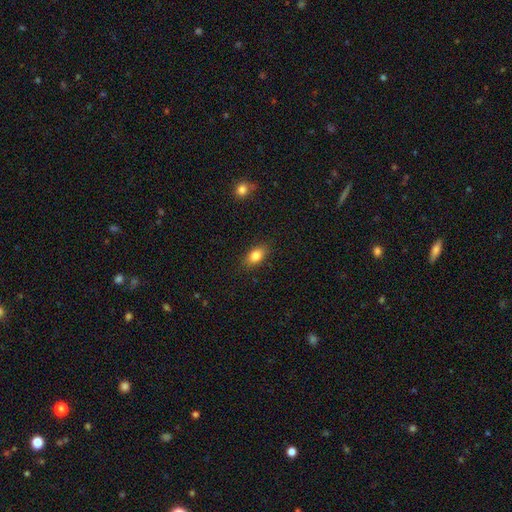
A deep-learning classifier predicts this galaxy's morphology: Overall: smooth (84%). How rounded: in between (85%). Merging: none (86%).